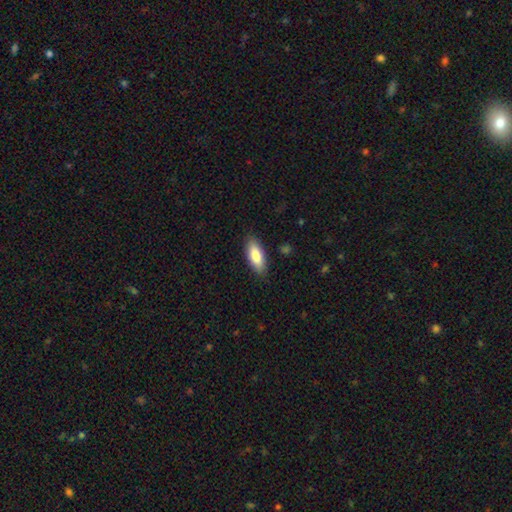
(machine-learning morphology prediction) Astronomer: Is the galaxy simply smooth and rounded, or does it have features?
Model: smooth — 82%.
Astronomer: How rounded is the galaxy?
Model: in between — 76%.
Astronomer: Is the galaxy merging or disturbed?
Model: none — 86%.